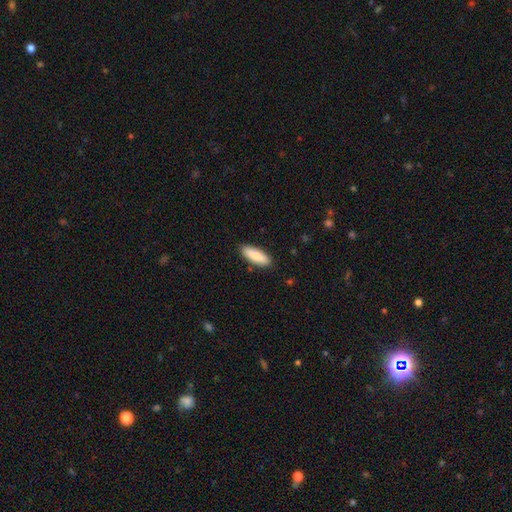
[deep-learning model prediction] smooth_or_featured: smooth (p=0.86) [alt: featured or disk p=0.09]
how_rounded: in between (p=0.57) [alt: cigar-shaped p=0.41]
merging: none (p=0.88) [alt: minor disturbance p=0.09]